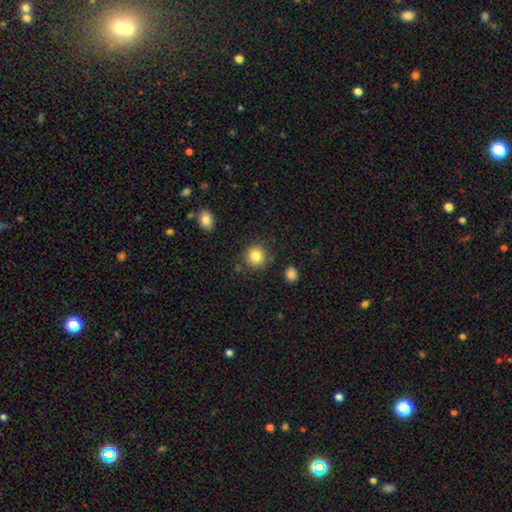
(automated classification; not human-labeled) The model was most divided on "smooth or featured": smooth: 84%, star or artifact: 10%, featured or disk: 6%. More confident: how rounded — round (91%); merging — none (85%).